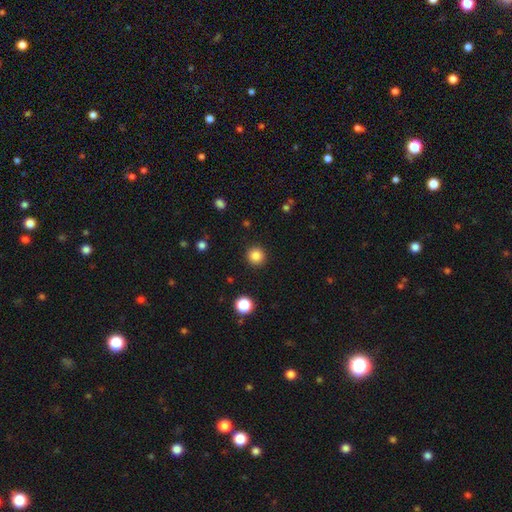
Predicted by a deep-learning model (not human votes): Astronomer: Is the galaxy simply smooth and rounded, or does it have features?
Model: smooth — 85%.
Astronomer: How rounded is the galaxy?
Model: round — 95%.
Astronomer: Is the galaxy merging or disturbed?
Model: none — 92%.